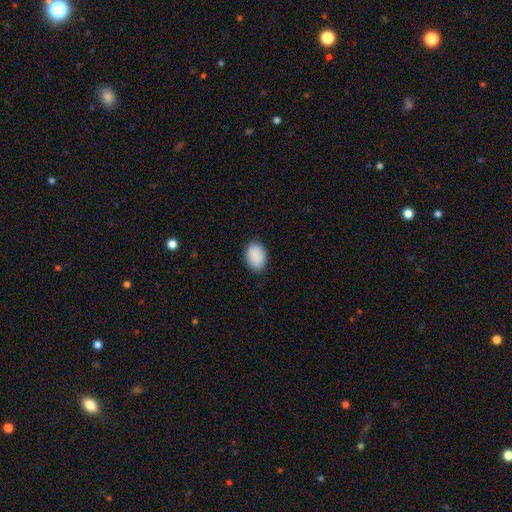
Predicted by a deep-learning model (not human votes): Morphology: type=smooth (91%); roundness=in between (83%); merging=none (86%).